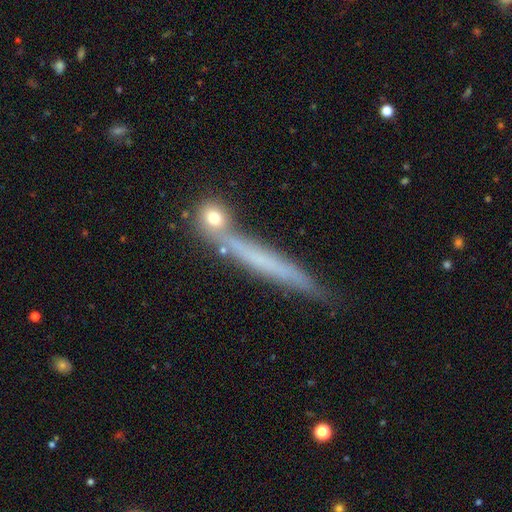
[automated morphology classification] A featured or disk galaxy (45%, tied with smooth). Merging: none (76%).